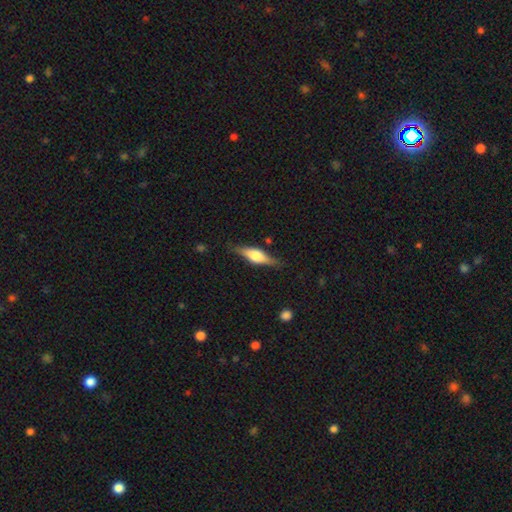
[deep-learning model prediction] smooth-or-featured: featured or disk: 55% | smooth: 39% | star or artifact: 6%
  disk-edge-on: yes: 93% | no: 7%
    edge-on-bulge: rounded: 85% | boxy: 12% | none: 3%
  merging: none: 81% | minor disturbance: 14% | major disturbance: 3% | merger: 2%